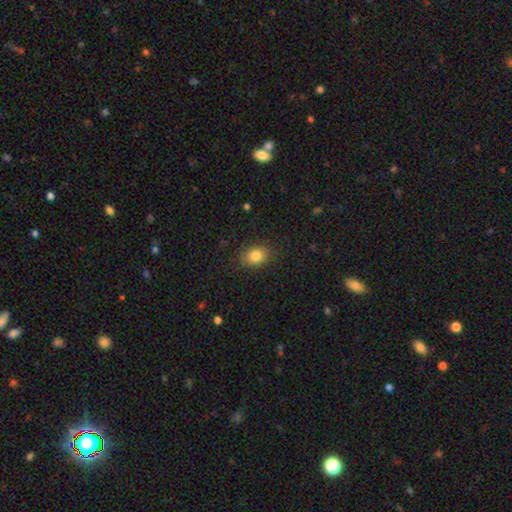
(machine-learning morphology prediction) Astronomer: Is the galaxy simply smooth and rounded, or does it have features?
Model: smooth — 84%.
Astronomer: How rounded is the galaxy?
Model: in between — 67%.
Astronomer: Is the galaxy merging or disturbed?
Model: none — 84%.